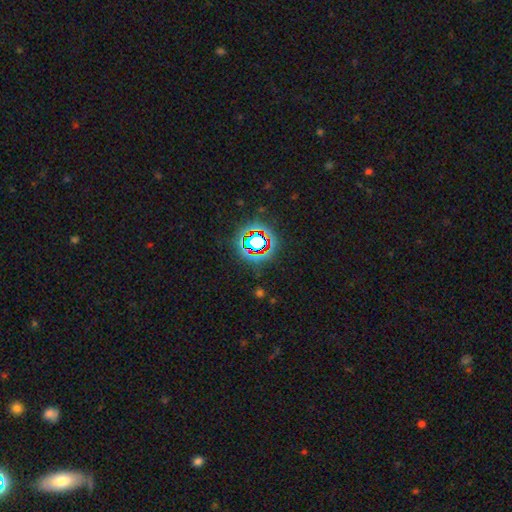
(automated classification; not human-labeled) Morphology: type=star or artifact (74%).